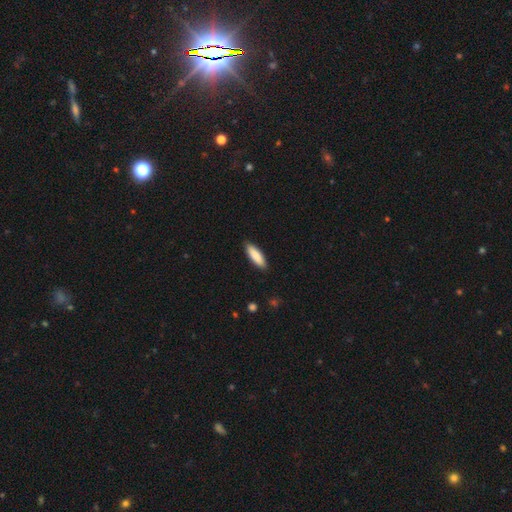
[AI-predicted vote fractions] A smooth galaxy with no disk features (88%) that is cigar-shaped (52%). Merging: none (88%).